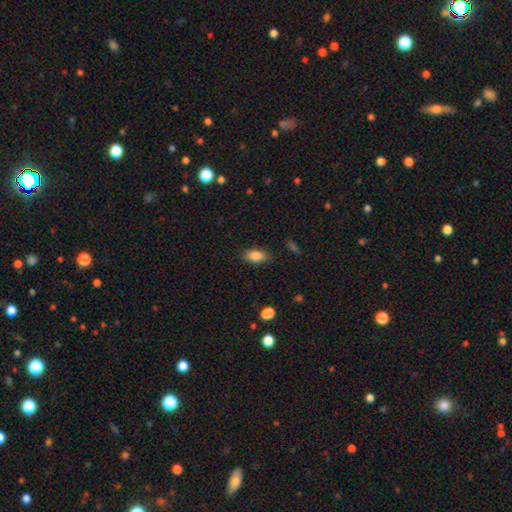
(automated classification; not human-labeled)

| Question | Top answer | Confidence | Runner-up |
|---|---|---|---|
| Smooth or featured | smooth | 83% | featured or disk (9%) |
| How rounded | in between | 87% | round (7%) |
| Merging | none | 83% | minor disturbance (13%) |